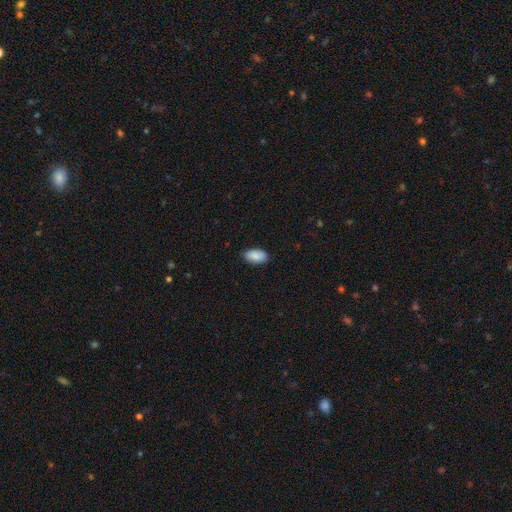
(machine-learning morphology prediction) Smooth or featured: smooth — 88% (star or artifact — 7%)
How rounded: in between — 95% (round — 3%)
Merging: none — 85% (minor disturbance — 12%)